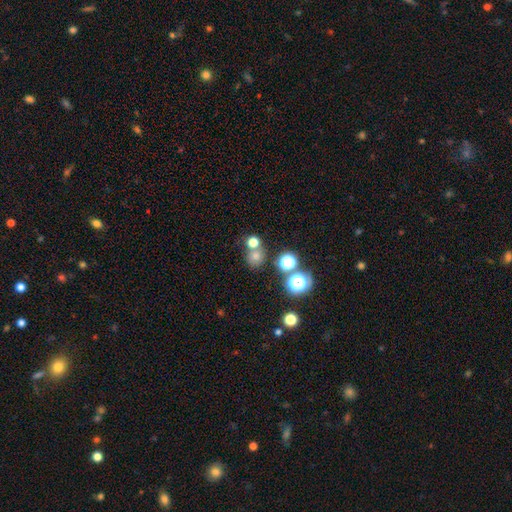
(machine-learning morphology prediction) Smooth or featured: smooth — 67% (star or artifact — 24%)
How rounded: round — 81% (in between — 18%)
Merging: none — 60% (merger — 27%)